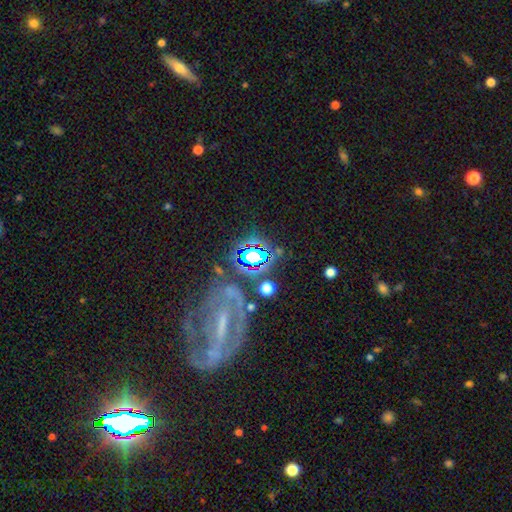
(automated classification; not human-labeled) Q: Smooth or featured?
A: star or artifact (57%); runner-up: smooth (25%)